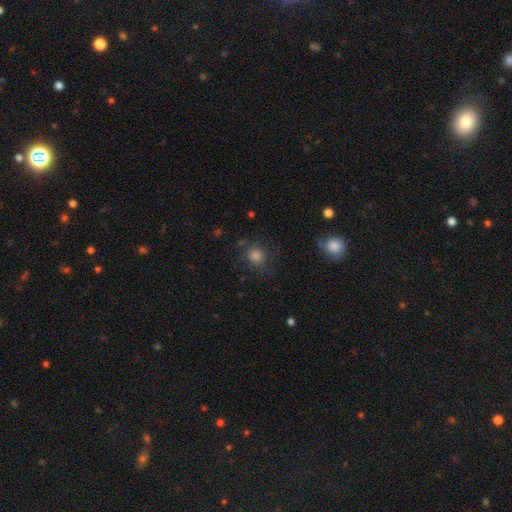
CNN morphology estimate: smooth_or_featured: smooth (p=0.75) [alt: star or artifact p=0.16]
how_rounded: round (p=0.83) [alt: in between p=0.15]
merging: none (p=0.73) [alt: minor disturbance p=0.15]